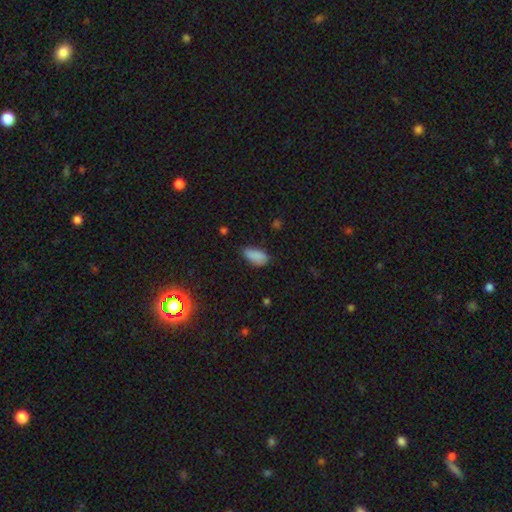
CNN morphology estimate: smooth 86%, star or artifact 8%, featured or disk 6%. Down the decision tree: how rounded — in between (91%); merging — none (61%).